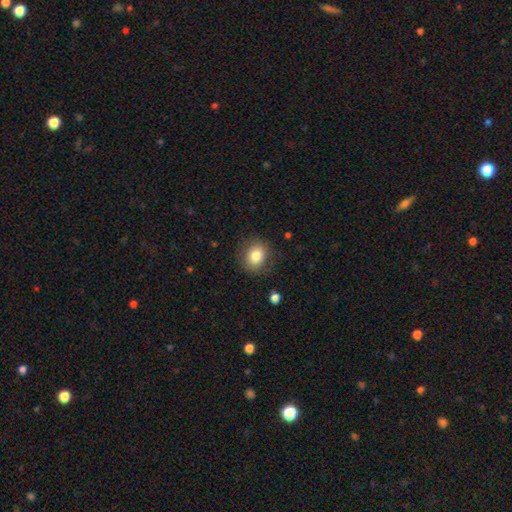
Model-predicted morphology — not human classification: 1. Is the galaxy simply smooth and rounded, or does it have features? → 80% smooth, 10% star or artifact, 10% featured or disk.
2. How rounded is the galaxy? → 66% round, 33% in between, 1% cigar-shaped.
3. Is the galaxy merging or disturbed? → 84% none, 11% minor disturbance, 4% major disturbance, 1% merger.